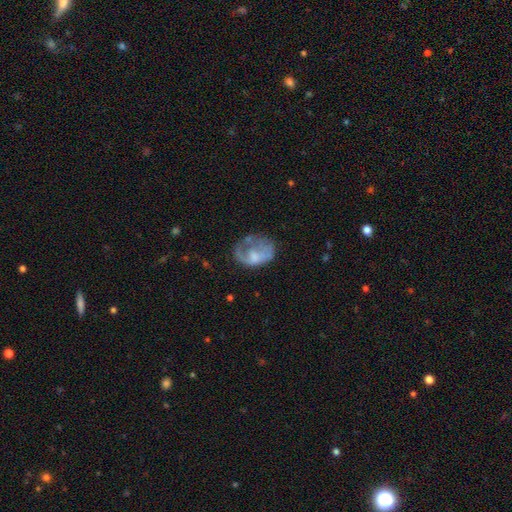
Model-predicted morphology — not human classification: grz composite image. It shows a featured or disk galaxy (52%) with no bar (73%), no spiral arms (61%) and no central bulge (38%). Merging: major disturbance (38%).